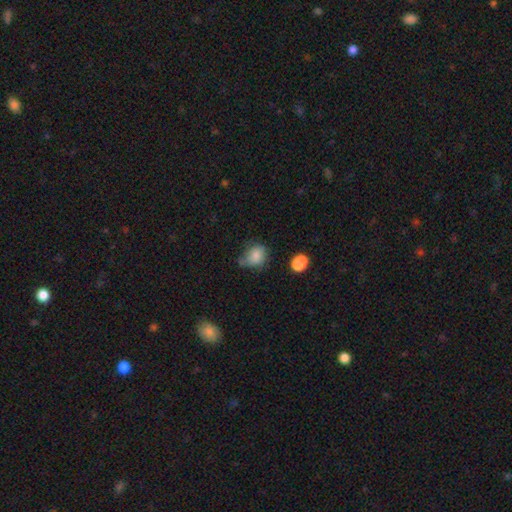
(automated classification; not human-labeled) The model was most divided on "how rounded": round: 53%, in between: 46%, cigar-shaped: 1%. Remaining: smooth or featured — smooth (80%); merging — none (44%).